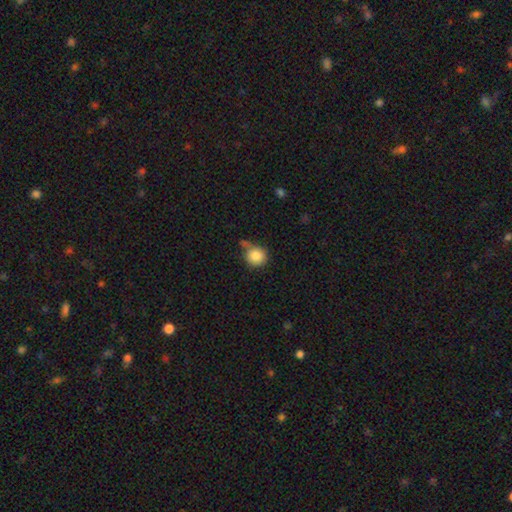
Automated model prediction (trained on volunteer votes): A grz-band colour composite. It shows a smooth galaxy with no disk features (85%) that is round (90%). Merging: none (59%).